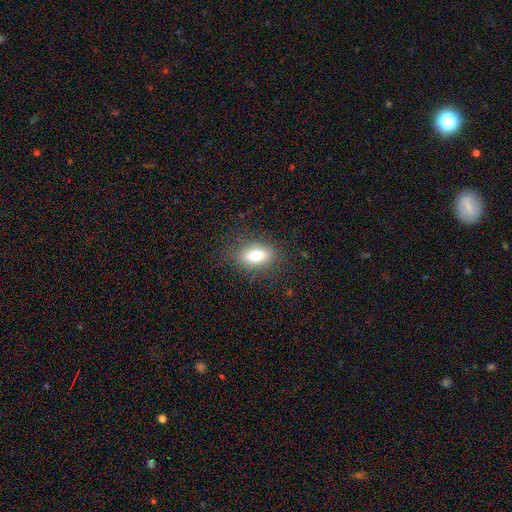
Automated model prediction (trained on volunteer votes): smooth 77%, featured or disk 13%, star or artifact 10%. Down the decision tree: how rounded — in between (84%); merging — none (82%).